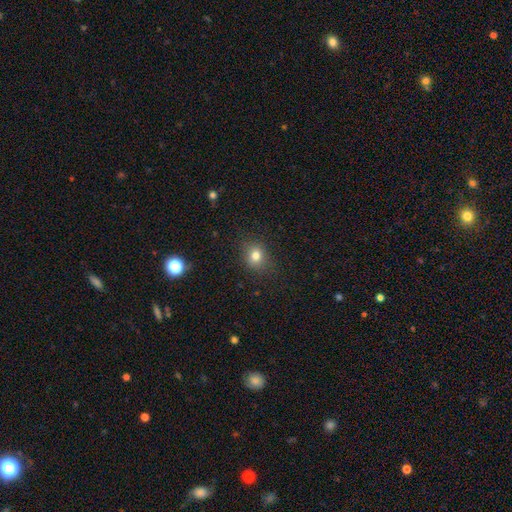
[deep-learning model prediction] Smooth or featured: smooth — 77% (star or artifact — 15%)
How rounded: round — 70% (in between — 29%)
Merging: none — 84% (minor disturbance — 11%)